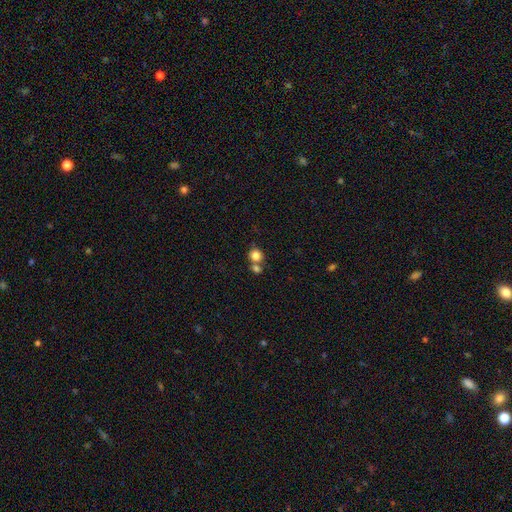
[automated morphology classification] This is clearly a smooth galaxy (82%). How rounded: clearly round (85%). Merging: possibly none (51%).